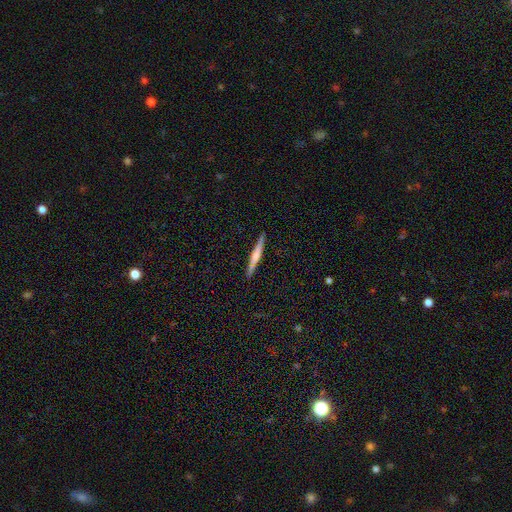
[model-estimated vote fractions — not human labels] A featured or disk galaxy (59%) viewed edge-on (98%) with a rounded central bulge (54%). Merging: none (89%).